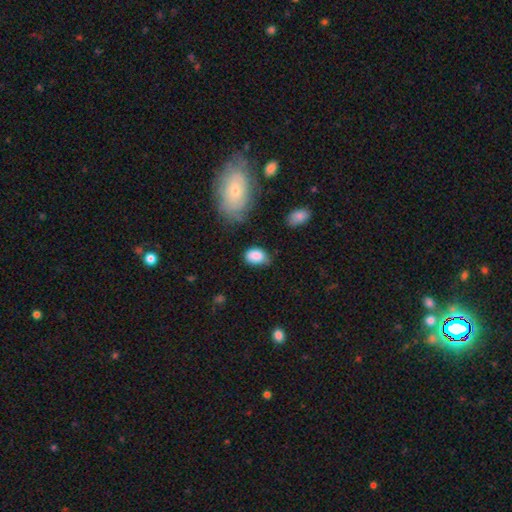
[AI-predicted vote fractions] Smooth or featured: smooth — 85% (star or artifact — 8%)
How rounded: in between — 79% (round — 20%)
Merging: none — 54% (minor disturbance — 33%)